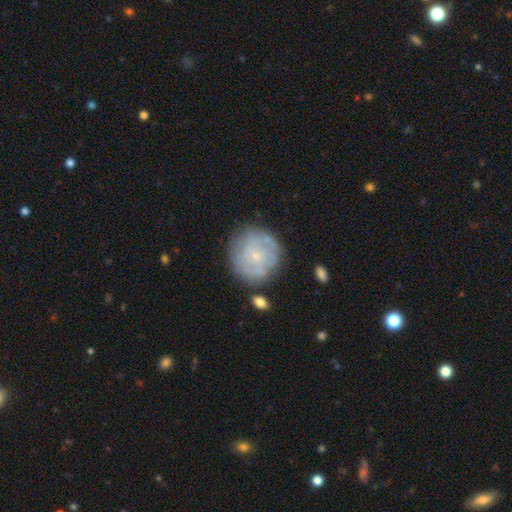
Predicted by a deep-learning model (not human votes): Smooth or featured? Predicted: featured or disk (p=0.54). Edge-on disk? Predicted: no (p=0.97). Bar? Predicted: no (p=0.80). Spiral arms? Predicted: yes (p=0.63). Bulge size? Predicted: small (p=0.80). Merging? Predicted: none (p=0.75).